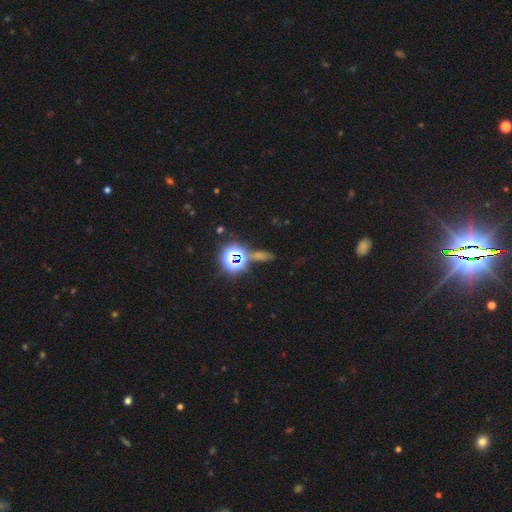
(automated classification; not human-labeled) The model was most divided on "smooth or featured": star or artifact: 67%, smooth: 22%, featured or disk: 10%.